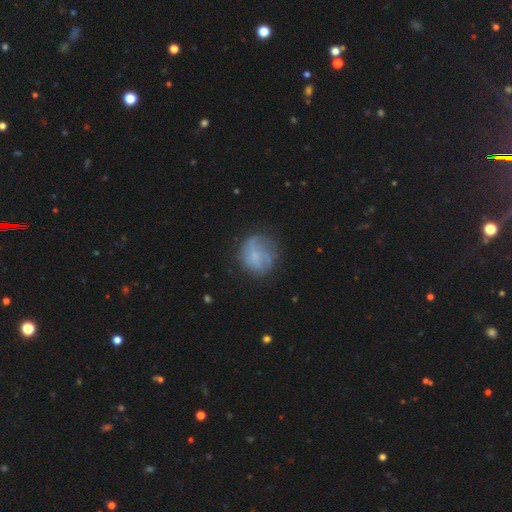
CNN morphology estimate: smooth_or_featured: smooth (p=0.55) [alt: featured or disk p=0.35]
how_rounded: round (p=0.76) [alt: in between p=0.23]
merging: none (p=0.58) [alt: minor disturbance p=0.24]